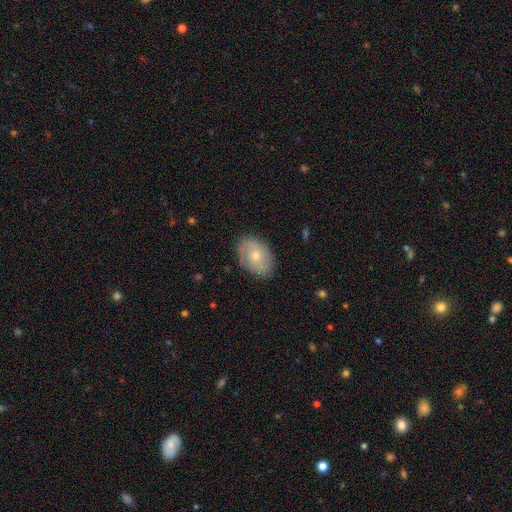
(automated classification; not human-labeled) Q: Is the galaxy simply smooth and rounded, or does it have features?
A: smooth — 50%.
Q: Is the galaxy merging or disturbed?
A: none — 81%.